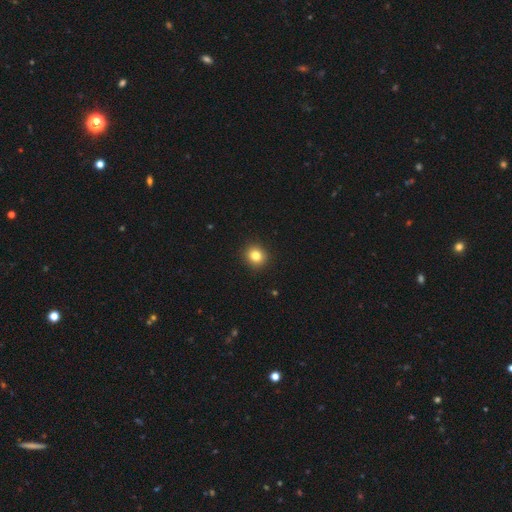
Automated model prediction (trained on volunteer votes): Smooth or featured? smooth (82%)
How rounded? round (86%)
Merging? none (93%)